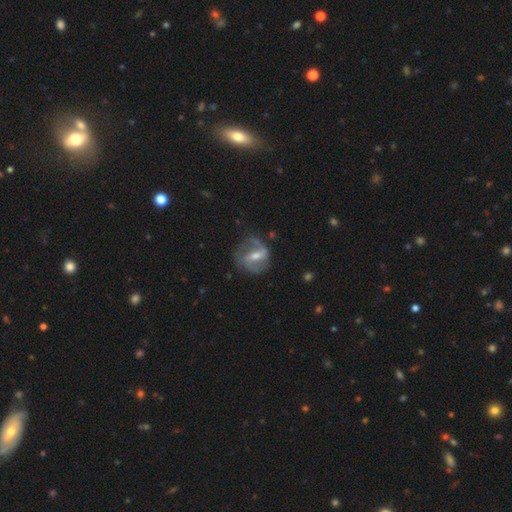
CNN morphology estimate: Smooth or featured: featured or disk — 76% (smooth — 18%)
Edge-on disk: no — 95% (yes — 5%)
Bar: strong — 45% (weak — 41%)
Spiral arms: yes — 83% (no — 17%)
Spiral winding: medium — 45% (loose — 35%)
Spiral arm count: 2 — 76% (can't tell — 10%)
Bulge size: moderate — 56% (small — 35%)
Merging: none — 64% (minor disturbance — 21%)